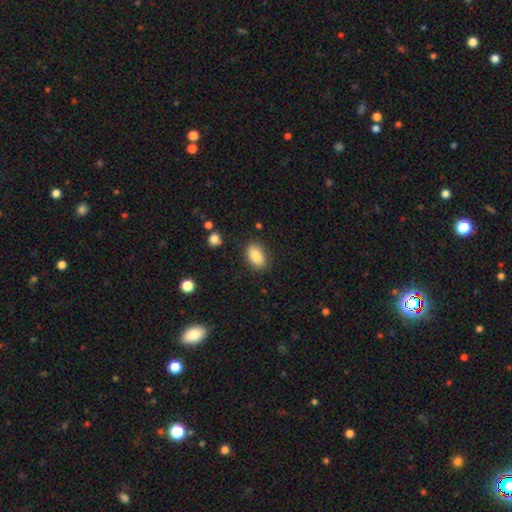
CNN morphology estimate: smooth 86%, star or artifact 8%, featured or disk 6%. Down the decision tree: how rounded — in between (89%); merging — none (86%).